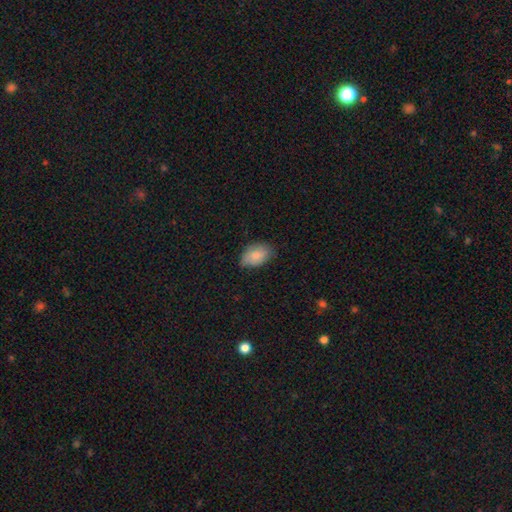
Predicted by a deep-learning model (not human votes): Smooth or featured? Predicted: smooth (p=0.84). How rounded? Predicted: in between (p=0.87). Merging? Predicted: none (p=0.70).